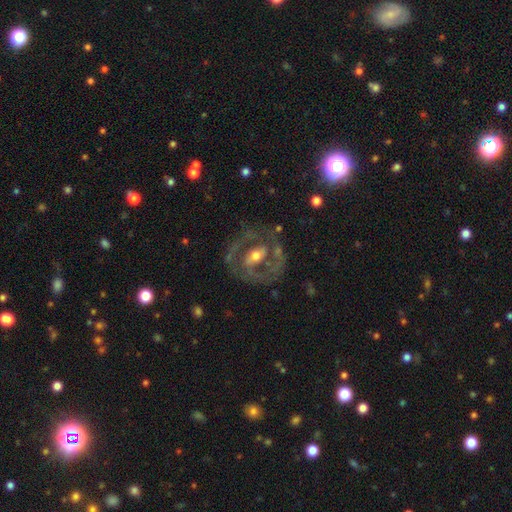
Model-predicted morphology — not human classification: Overall: featured or disk (83%). Edge-on disk: no (96%). Bar: weak (39%; strong 35%). Spiral arms: yes (80%). Spiral arm count: 2 (80%). Spiral winding: medium (48%; tight 39%). Bulge size: moderate (64%; small 27%). Merging: none (71%).